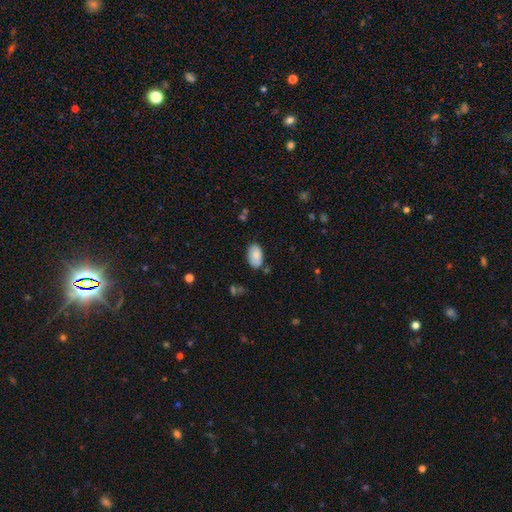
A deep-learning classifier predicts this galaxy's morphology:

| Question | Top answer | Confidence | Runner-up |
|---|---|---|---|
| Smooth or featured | smooth | 84% | featured or disk (10%) |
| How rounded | in between | 95% | round (4%) |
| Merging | none | 78% | minor disturbance (16%) |